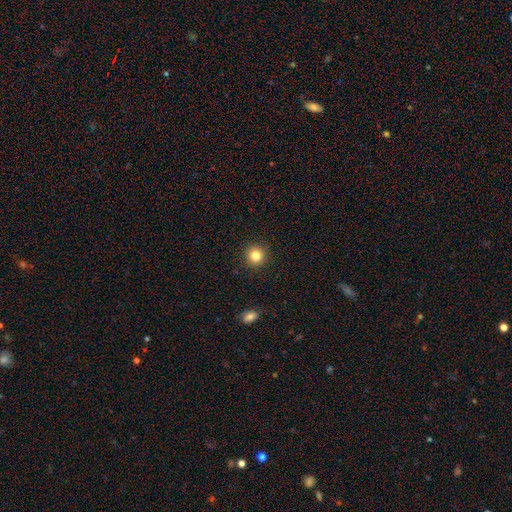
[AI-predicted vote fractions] Smooth or featured?
  - smooth: 83% *
  - star or artifact: 11%
  - featured or disk: 6%
How rounded?
  - round: 94% *
  - in between: 5%
  - cigar-shaped: 1%
Merging?
  - none: 92% *
  - minor disturbance: 5%
  - major disturbance: 2%
  - merger: 1%